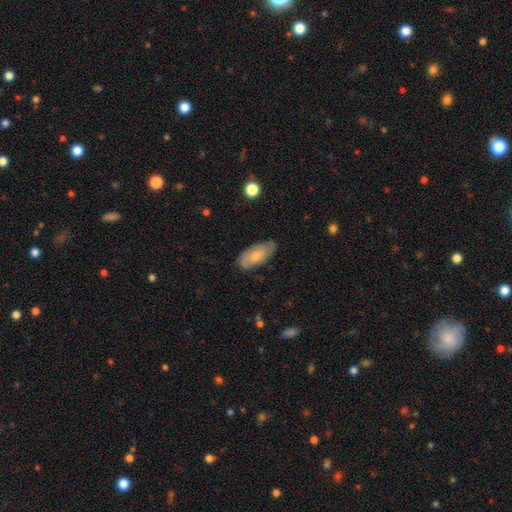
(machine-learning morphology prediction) Smooth or featured?
  - smooth: 66% *
  - featured or disk: 28%
  - star or artifact: 6%
How rounded?
  - in between: 87% *
  - cigar-shaped: 11%
  - round: 2%
Merging?
  - none: 76% *
  - minor disturbance: 19%
  - major disturbance: 4%
  - merger: 1%